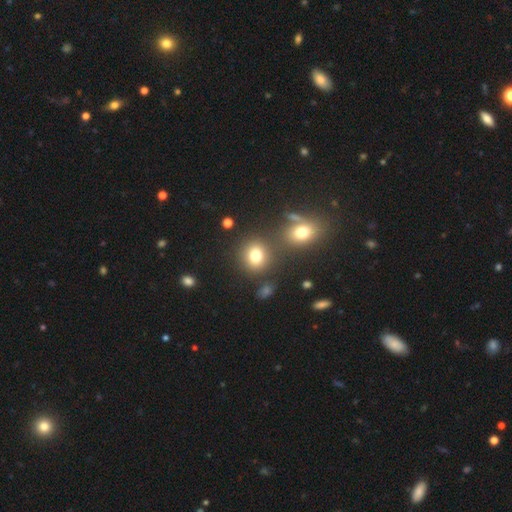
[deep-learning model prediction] smooth 77%, star or artifact 14%, featured or disk 9%. Down the decision tree: how rounded — round (76%); merging — none (72%).